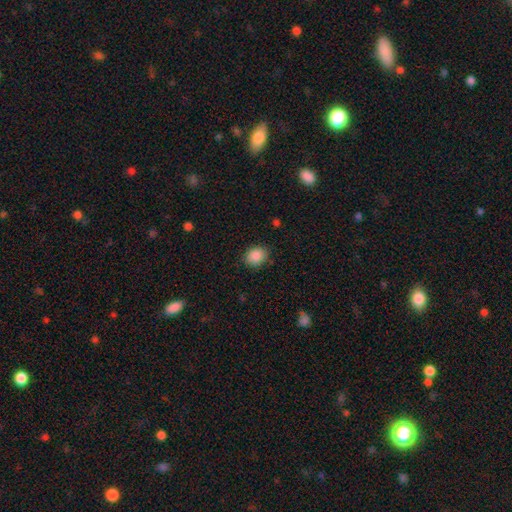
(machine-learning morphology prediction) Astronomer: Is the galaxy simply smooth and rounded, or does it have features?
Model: smooth — 88%.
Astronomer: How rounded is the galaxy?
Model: round — 55% (runner-up: in between, 44%).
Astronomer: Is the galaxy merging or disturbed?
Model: none — 85%.